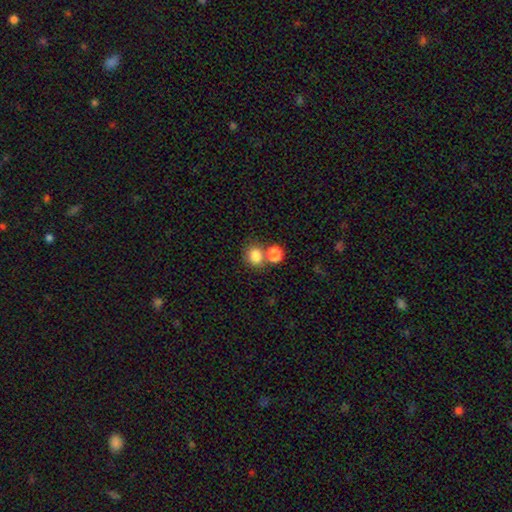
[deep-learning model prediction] smooth 82%, star or artifact 11%, featured or disk 7%. Down the decision tree: how rounded — round (73%); merging — none (57%).